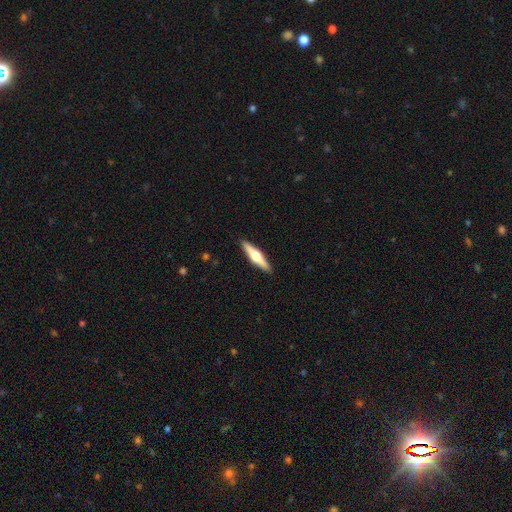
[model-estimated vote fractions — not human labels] Overall: featured or disk (60%; smooth 36%). Edge-on disk: yes (96%). Edge-on bulge: rounded (94%). Merging: none (91%).